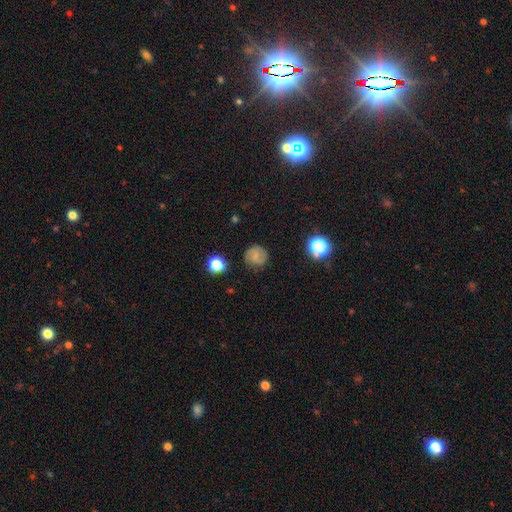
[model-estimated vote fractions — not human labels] Smooth or featured?
  - smooth: 55% *
  - featured or disk: 33%
  - star or artifact: 13%
How rounded?
  - round: 89% *
  - in between: 10%
  - cigar-shaped: 1%
Merging?
  - none: 80% *
  - minor disturbance: 14%
  - major disturbance: 4%
  - merger: 2%